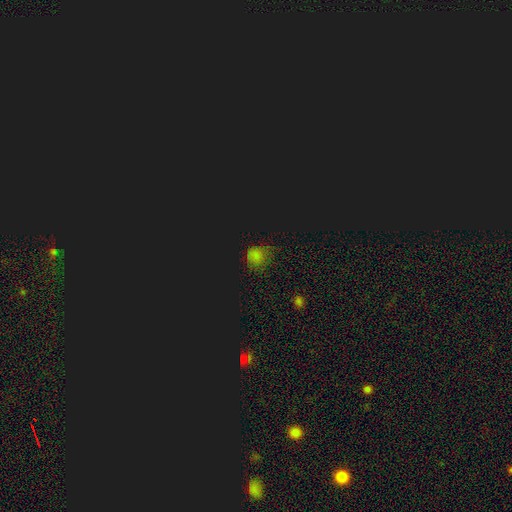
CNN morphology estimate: Overall: star or artifact (50%; smooth 42%).